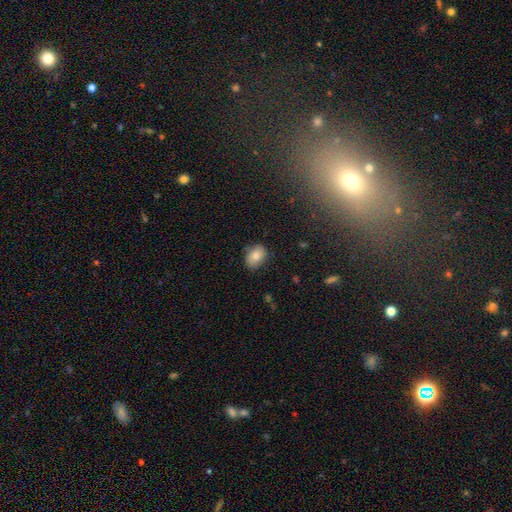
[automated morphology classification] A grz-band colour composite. It shows a smooth galaxy with no disk features (83%) that is in between round and cigar-shaped (74%). Merging: none (79%).